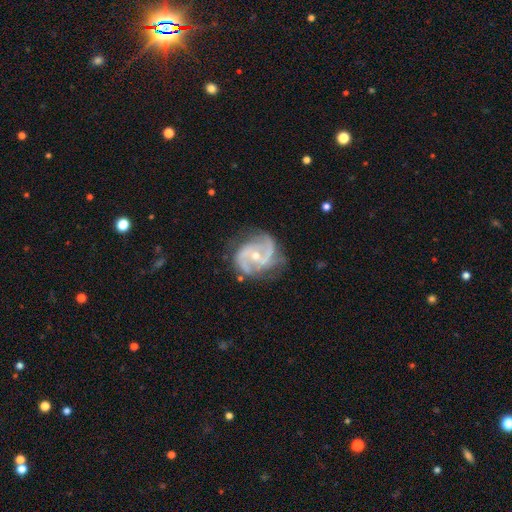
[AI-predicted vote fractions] smooth-or-featured: featured or disk: 89% | smooth: 5% | star or artifact: 5%
  disk-edge-on: no: 98% | yes: 2%
    bar: no: 49% | weak: 36% | strong: 15%
    has-spiral-arms: yes: 97% | no: 3%
      spiral-winding: medium: 52% | tight: 26% | loose: 22%
      spiral-arm-count: 2: 71% | 3: 13% | can't tell: 7% | 1: 3% | 4: 3% | more than 4: 2%
    bulge-size: small: 53% | moderate: 44% | large: 1% | none: 1% | dominant: 1%
  merging: none: 67% | minor disturbance: 22% | major disturbance: 9% | merger: 2%